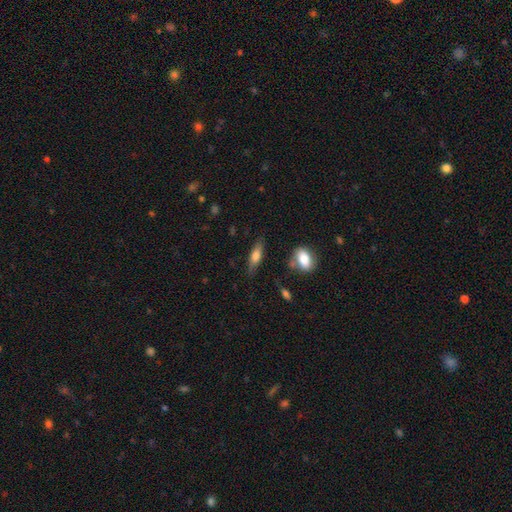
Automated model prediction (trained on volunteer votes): Smooth or featured?
  - smooth: 63% *
  - featured or disk: 30%
  - star or artifact: 7%
How rounded?
  - in between: 50% *
  - cigar-shaped: 47%
  - round: 3%
Merging?
  - none: 76% *
  - minor disturbance: 16%
  - major disturbance: 4%
  - merger: 4%